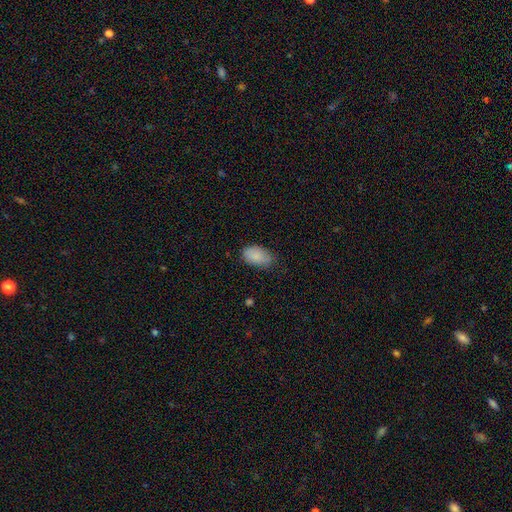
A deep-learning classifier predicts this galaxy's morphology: type=smooth (86%); roundness=in between (93%); merging=none (71%).